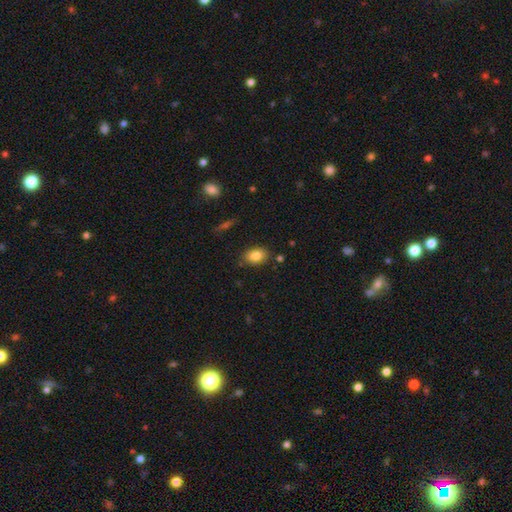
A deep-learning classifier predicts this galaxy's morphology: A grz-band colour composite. It shows a smooth galaxy with no disk features (83%) that is in between round and cigar-shaped (80%). Merging: none (82%).